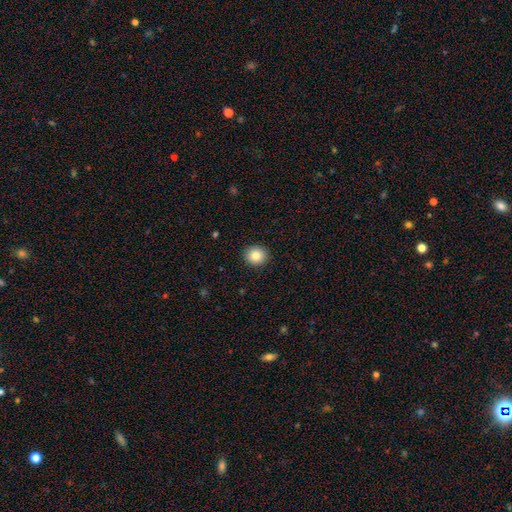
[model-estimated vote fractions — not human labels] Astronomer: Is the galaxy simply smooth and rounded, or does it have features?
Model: smooth — 85%.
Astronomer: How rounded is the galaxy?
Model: round — 84%.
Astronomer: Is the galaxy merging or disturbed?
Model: none — 92%.